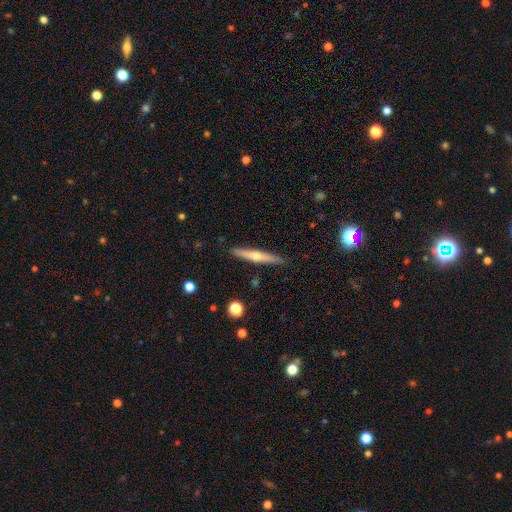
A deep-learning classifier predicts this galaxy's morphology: Q: Smooth or featured?
A: featured or disk (56%); runner-up: smooth (38%)
Q: Edge-on disk?
A: yes (95%); runner-up: no (5%)
Q: Edge-on bulge?
A: rounded (84%); runner-up: none (14%)
Q: Merging?
A: none (89%); runner-up: minor disturbance (8%)